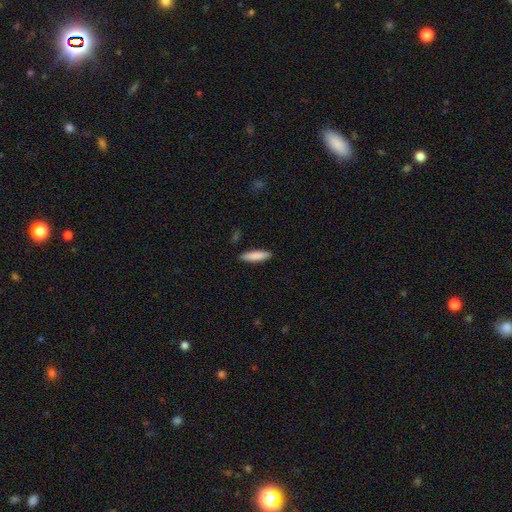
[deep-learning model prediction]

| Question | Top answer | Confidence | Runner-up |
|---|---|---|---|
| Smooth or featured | smooth | 85% | featured or disk (9%) |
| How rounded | cigar-shaped | 76% | in between (23%) |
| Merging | none | 89% | minor disturbance (8%) |